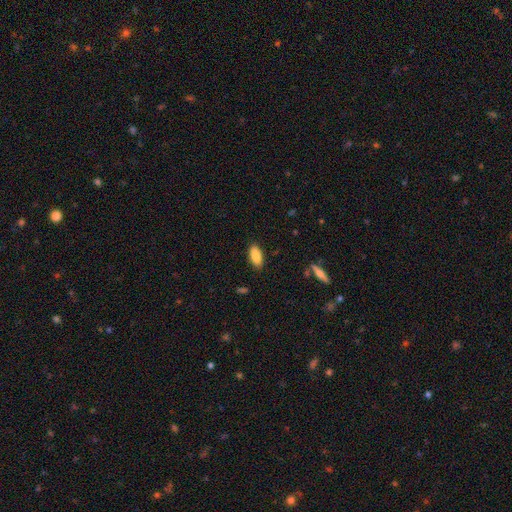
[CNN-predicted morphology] A smooth galaxy with no disk features (88%) that is in between round and cigar-shaped (88%). Merging: none (87%).